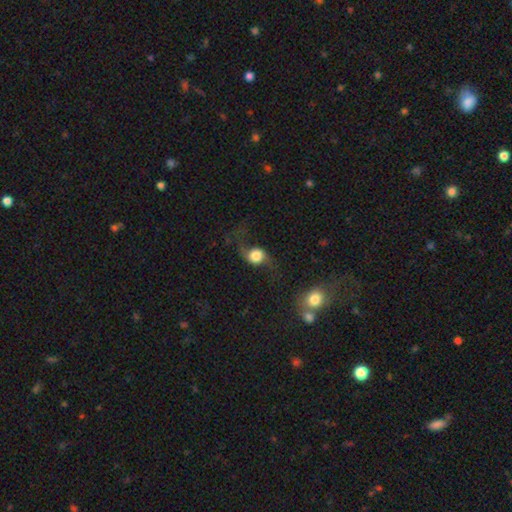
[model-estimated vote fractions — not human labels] Smooth or featured? featured or disk (46%)
Merging? none (51%)